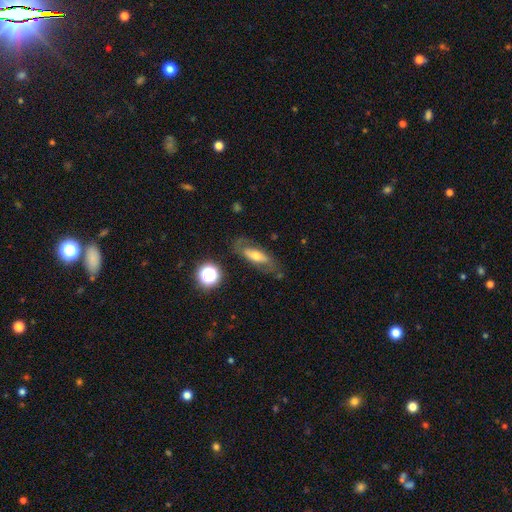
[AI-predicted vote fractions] featured or disk 50%, smooth 40%, star or artifact 10%. Down the decision tree: edge-on disk — no (75%); merging — none (69%).